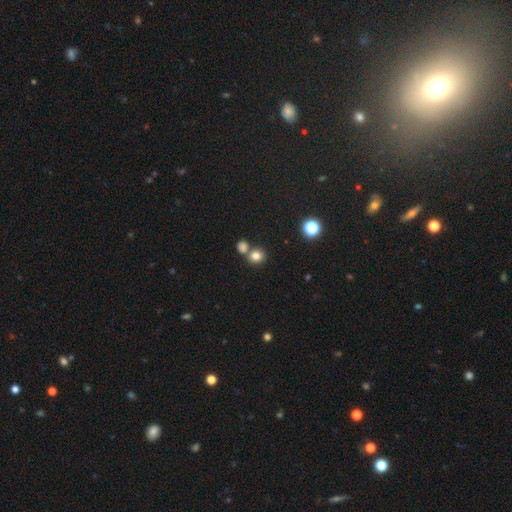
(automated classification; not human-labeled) Smooth or featured? smooth (80%)
How rounded? round (82%)
Merging? none (59%)